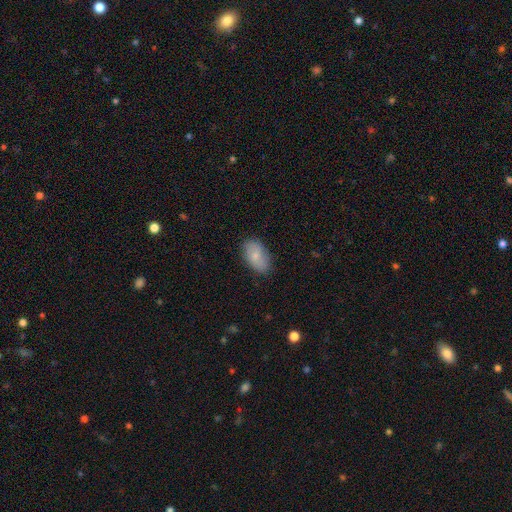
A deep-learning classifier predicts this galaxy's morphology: Smooth or featured?
  - smooth: 77% *
  - featured or disk: 17%
  - star or artifact: 6%
How rounded?
  - in between: 93% *
  - round: 6%
  - cigar-shaped: 2%
Merging?
  - none: 81% *
  - minor disturbance: 15%
  - major disturbance: 3%
  - merger: 1%